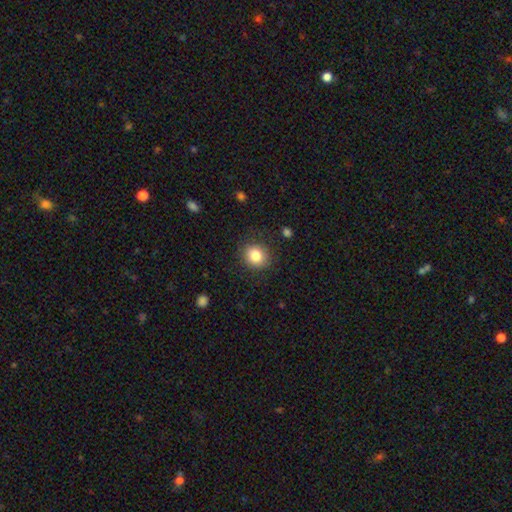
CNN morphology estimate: The model was most divided on "how rounded": round: 76%, in between: 23%, cigar-shaped: 1%. More confident: merging — none (86%); smooth or featured — smooth (83%).